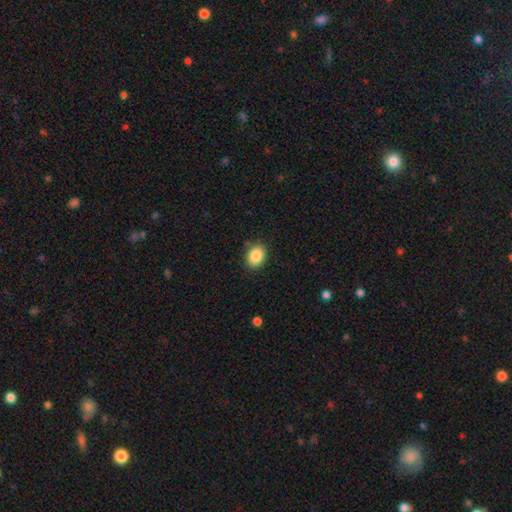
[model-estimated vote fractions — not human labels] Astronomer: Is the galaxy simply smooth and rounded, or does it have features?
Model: smooth — 88%.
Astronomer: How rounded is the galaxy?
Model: in between — 66%.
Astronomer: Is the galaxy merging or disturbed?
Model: none — 86%.